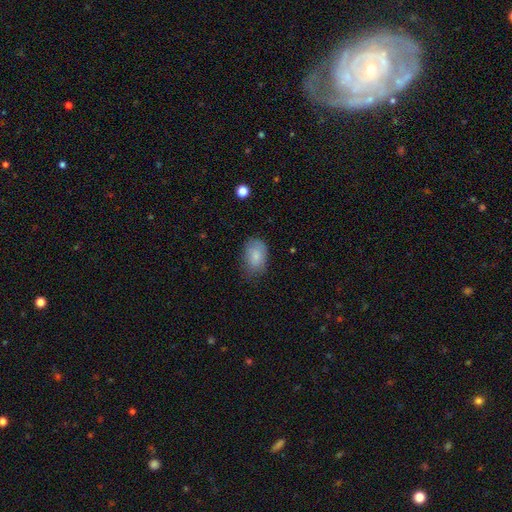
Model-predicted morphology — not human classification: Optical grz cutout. It shows a smooth galaxy with no disk features (82%) that is in between round and cigar-shaped (88%). Merging: none (66%).